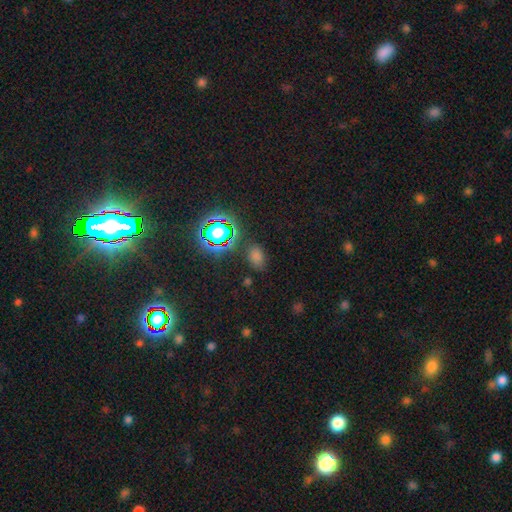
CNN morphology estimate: This appears to be a smooth galaxy with no disk features (55%) that is in between round and cigar-shaped (74%). Merging: none (80%).